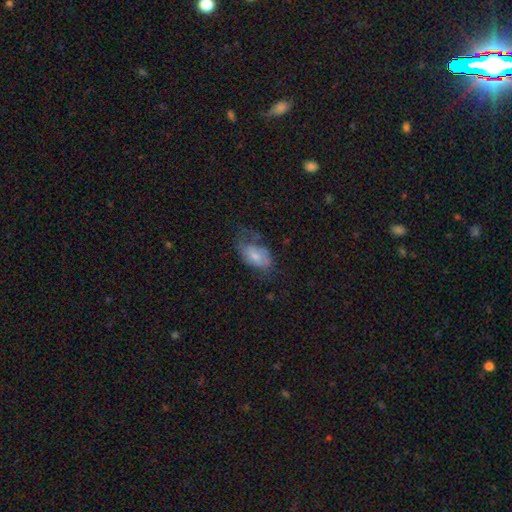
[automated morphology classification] This appears to be a smooth galaxy with no disk features (53%) that is in between round and cigar-shaped (91%). Merging: none (35%).